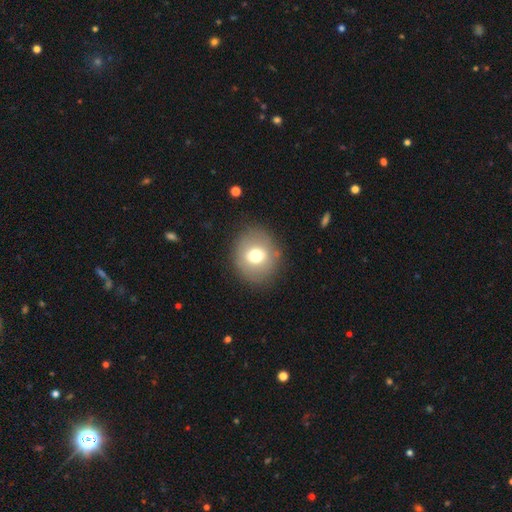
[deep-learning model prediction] Overall: smooth (69%). How rounded: round (82%). Merging: none (85%).